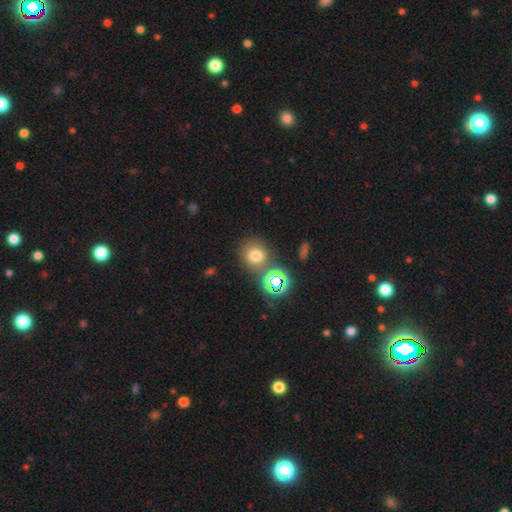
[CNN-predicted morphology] type=smooth (69%); roundness=round (82%); merging=none (72%).